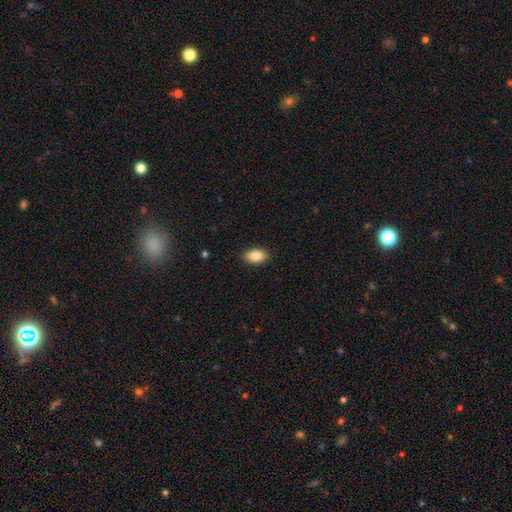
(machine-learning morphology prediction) Q: Smooth or featured?
A: smooth (86%); runner-up: star or artifact (7%)
Q: How rounded?
A: in between (91%); runner-up: round (6%)
Q: Merging?
A: none (88%); runner-up: minor disturbance (9%)